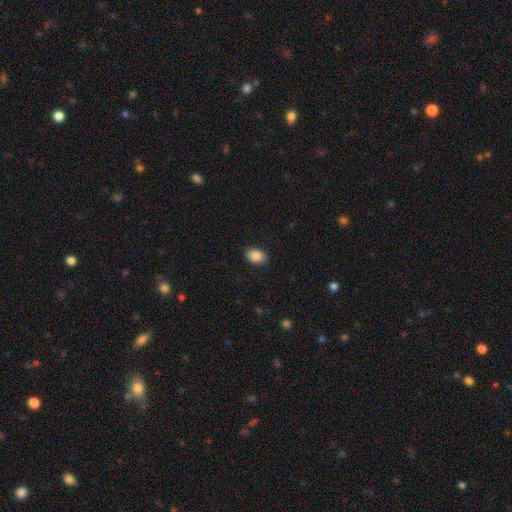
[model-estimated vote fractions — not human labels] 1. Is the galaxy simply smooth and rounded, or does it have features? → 88% smooth, 8% star or artifact, 5% featured or disk.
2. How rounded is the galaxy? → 84% in between, 15% round, 1% cigar-shaped.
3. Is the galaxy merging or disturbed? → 87% none, 9% minor disturbance, 2% major disturbance, 1% merger.